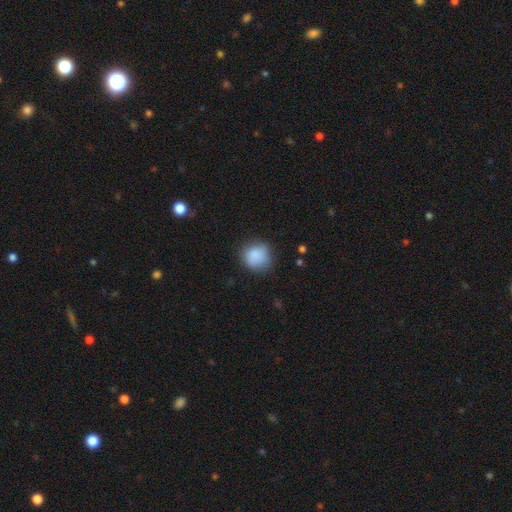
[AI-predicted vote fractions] Morphology: type=smooth (87%); roundness=round (86%); merging=none (77%).